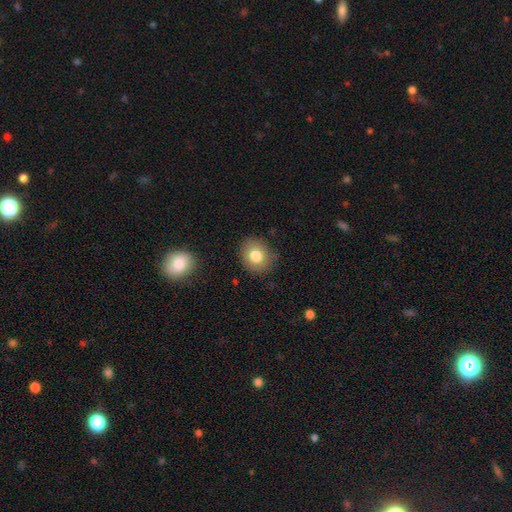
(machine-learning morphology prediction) A smooth galaxy with no disk features (79%) that is round (70%). Merging: none (84%).